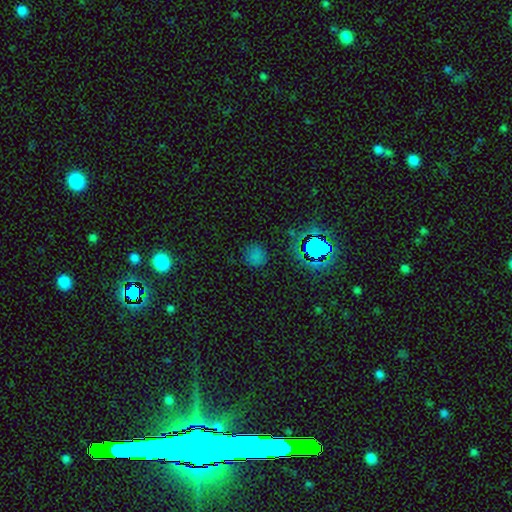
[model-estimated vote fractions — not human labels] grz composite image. It shows a smooth galaxy with no disk features (66%) that is round (89%). Merging: none (85%).